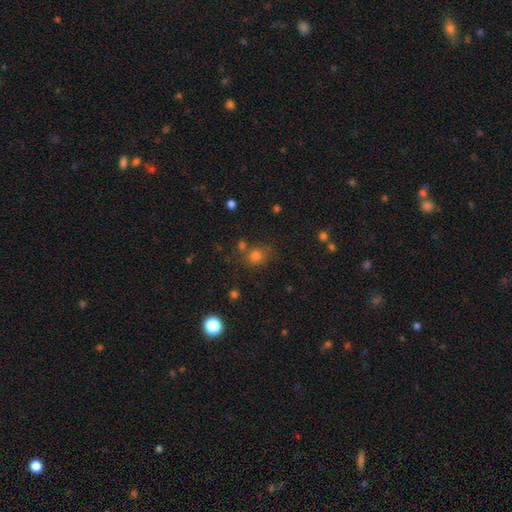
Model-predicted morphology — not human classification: This is likely a smooth galaxy (73%). How rounded: likely round (80%). Merging: likely none (69%).